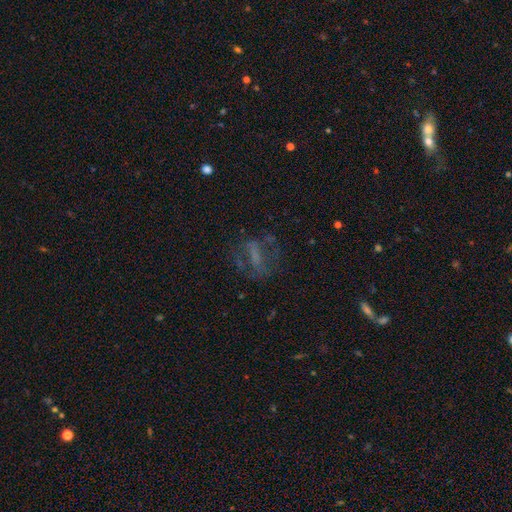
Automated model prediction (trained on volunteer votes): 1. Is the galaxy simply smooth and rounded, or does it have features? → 47% featured or disk, 32% smooth, 20% star or artifact.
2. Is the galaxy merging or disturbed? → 55% none, 25% major disturbance, 17% minor disturbance, 3% merger.